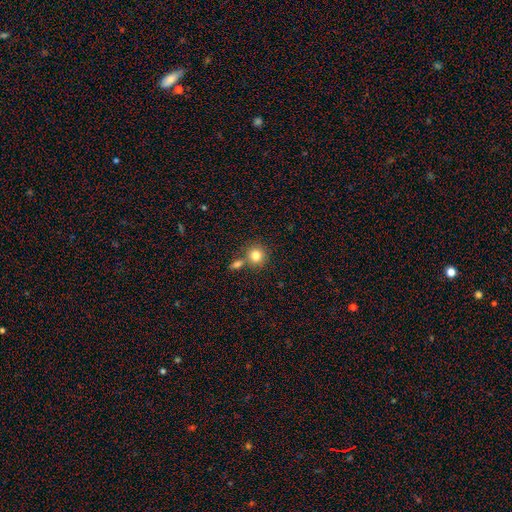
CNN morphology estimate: type=smooth (81%); roundness=round (87%); merging=none (63%).